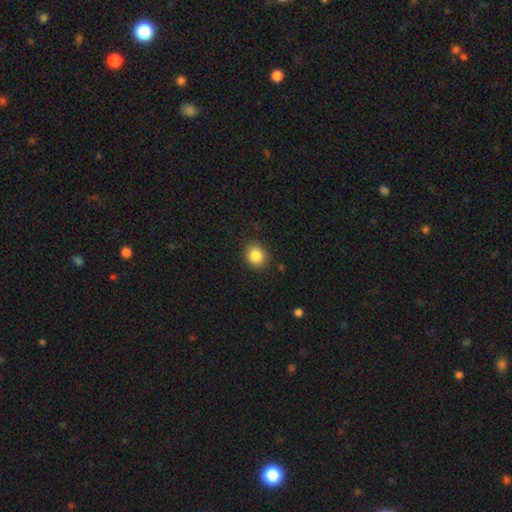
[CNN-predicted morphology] This appears to be a smooth galaxy with no disk features (85%) that is round (76%). Merging: none (88%).